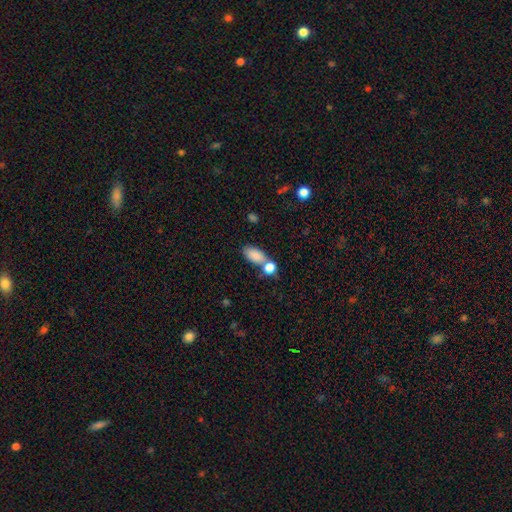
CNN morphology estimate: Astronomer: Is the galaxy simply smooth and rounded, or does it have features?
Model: smooth — 85%.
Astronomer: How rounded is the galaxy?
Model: in between — 89%.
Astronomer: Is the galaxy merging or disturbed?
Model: none — 47% (runner-up: merger, 36%).